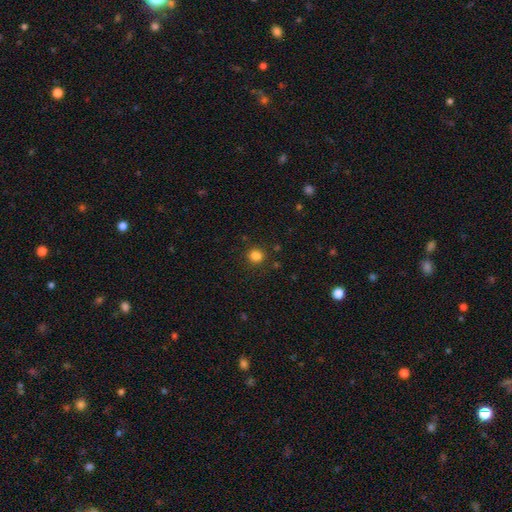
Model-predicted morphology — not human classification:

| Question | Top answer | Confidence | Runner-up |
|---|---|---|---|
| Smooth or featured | smooth | 83% | star or artifact (13%) |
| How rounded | round | 82% | in between (17%) |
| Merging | none | 87% | minor disturbance (8%) |